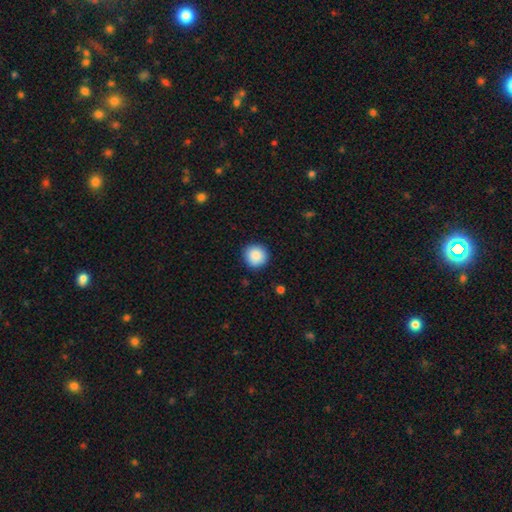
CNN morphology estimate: smooth 89%, star or artifact 8%, featured or disk 4%. Down the decision tree: how rounded — round (95%); merging — none (91%).